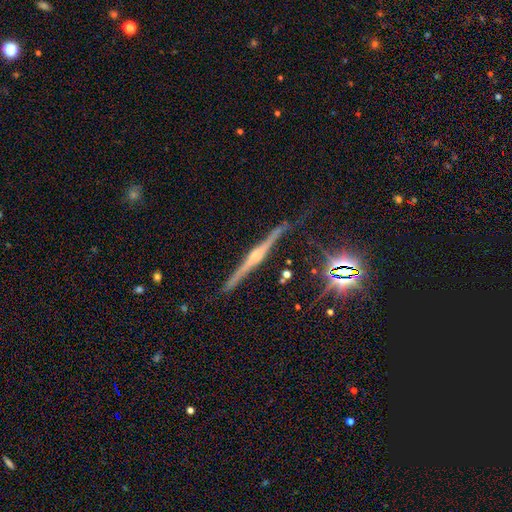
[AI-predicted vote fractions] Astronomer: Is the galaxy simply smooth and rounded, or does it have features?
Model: featured or disk — 80%.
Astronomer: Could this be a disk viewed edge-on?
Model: yes — 98%.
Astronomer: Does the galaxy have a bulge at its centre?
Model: rounded — 85%.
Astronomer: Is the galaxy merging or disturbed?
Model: none — 85%.